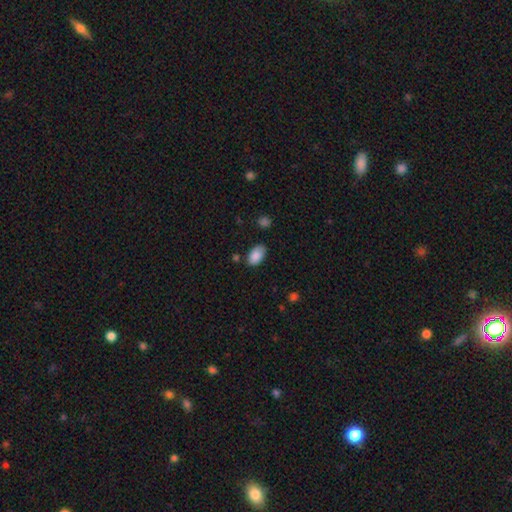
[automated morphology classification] Smooth or featured: smooth — 88% (star or artifact — 7%)
How rounded: in between — 94% (round — 5%)
Merging: none — 75% (minor disturbance — 18%)